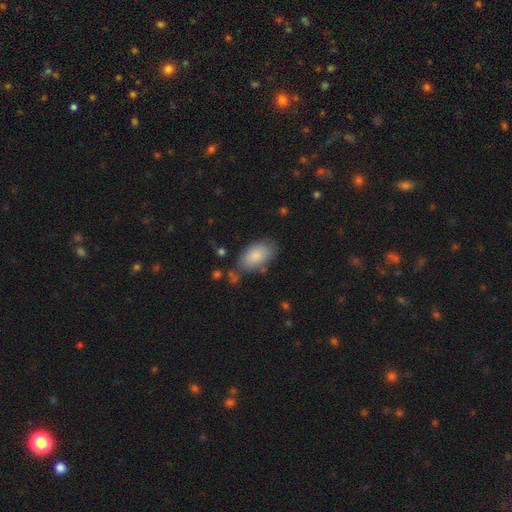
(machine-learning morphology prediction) A smooth galaxy with no disk features (84%) that is in between round and cigar-shaped (93%). Merging: none (68%).